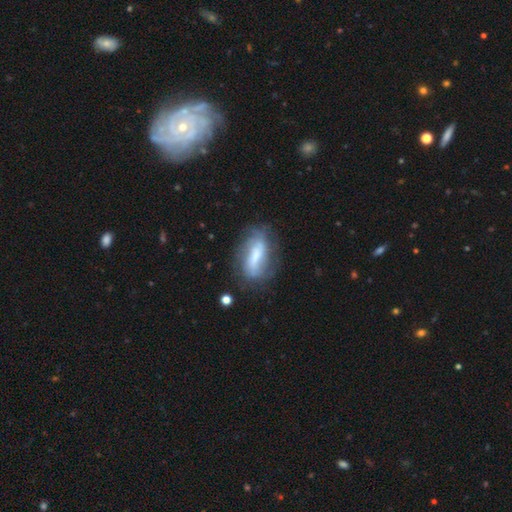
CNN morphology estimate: smooth_or_featured: featured or disk (p=0.53) [alt: smooth p=0.38]
disk_edge_on: no (p=0.87) [alt: yes p=0.13]
merging: none (p=0.62) [alt: minor disturbance p=0.23]